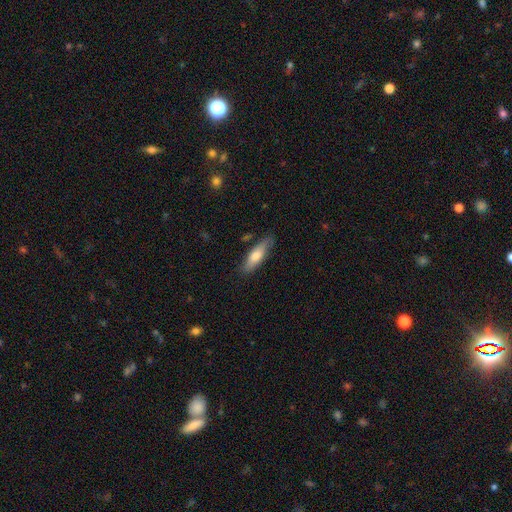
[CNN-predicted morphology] smooth-or-featured: smooth: 64% | featured or disk: 30% | star or artifact: 6%
  how-rounded: cigar-shaped: 62% | in between: 36% | round: 2%
  merging: none: 79% | minor disturbance: 16% | major disturbance: 3% | merger: 2%